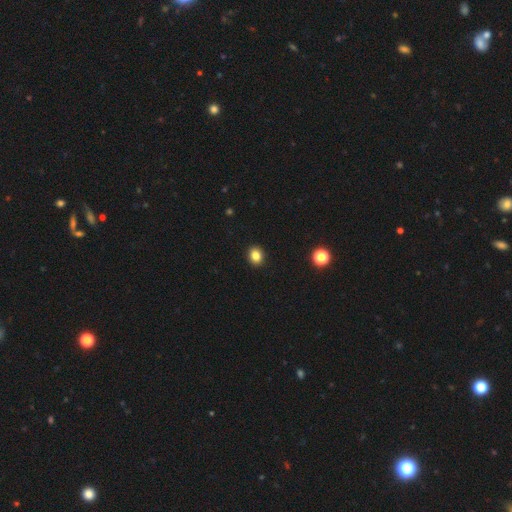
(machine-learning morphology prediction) Smooth or featured: smooth — 84% (star or artifact — 11%)
How rounded: round — 61% (in between — 38%)
Merging: none — 92% (minor disturbance — 5%)